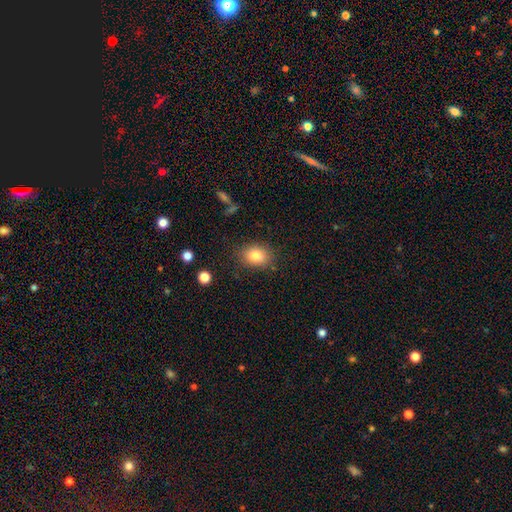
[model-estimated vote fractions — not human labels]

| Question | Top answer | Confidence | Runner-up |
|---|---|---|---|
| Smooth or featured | smooth | 82% | star or artifact (10%) |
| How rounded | in between | 64% | round (35%) |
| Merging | none | 83% | minor disturbance (12%) |